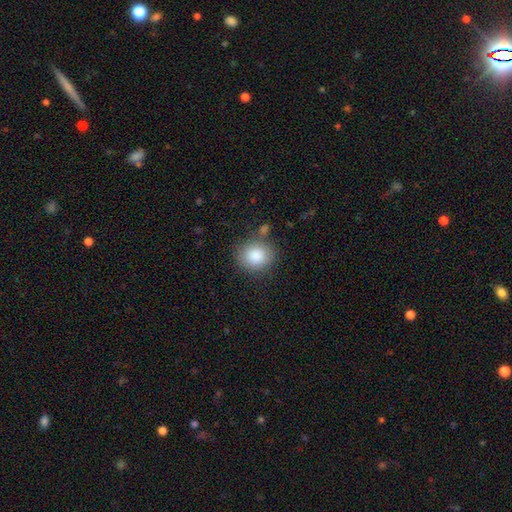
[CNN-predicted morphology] A smooth galaxy with no disk features (87%) that is round (75%).

Vote fractions:
- Smooth or featured? smooth: 87% / star or artifact: 8% / featured or disk: 5%
- How rounded? round: 75% / in between: 24% / cigar-shaped: 1%
- Merging? none: 74% / minor disturbance: 14% / merger: 7% / major disturbance: 5%